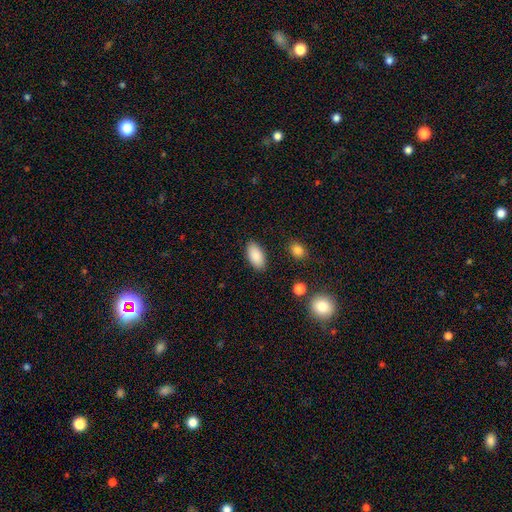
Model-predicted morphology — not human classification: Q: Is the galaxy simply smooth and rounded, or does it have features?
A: smooth — 89%.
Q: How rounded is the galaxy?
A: in between — 94%.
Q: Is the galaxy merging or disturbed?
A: none — 88%.